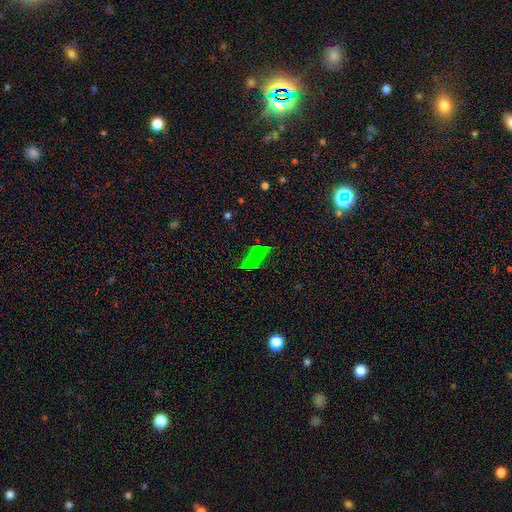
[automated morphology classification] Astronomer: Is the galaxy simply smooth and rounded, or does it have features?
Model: star or artifact — 54% (runner-up: smooth, 30%).